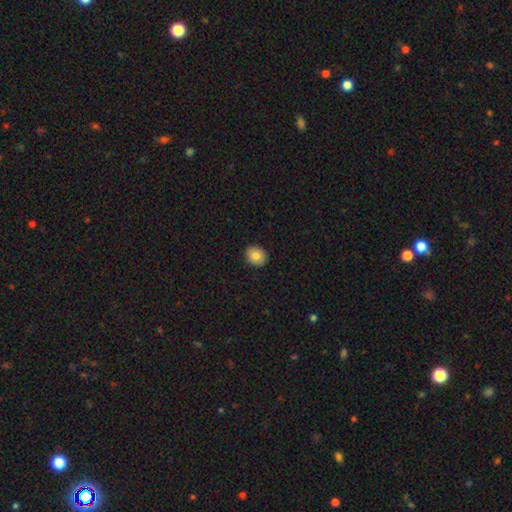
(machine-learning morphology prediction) Smooth or featured?
  - smooth: 84% *
  - star or artifact: 9%
  - featured or disk: 7%
How rounded?
  - round: 64% *
  - in between: 35%
  - cigar-shaped: 1%
Merging?
  - none: 91% *
  - minor disturbance: 6%
  - major disturbance: 2%
  - merger: 1%